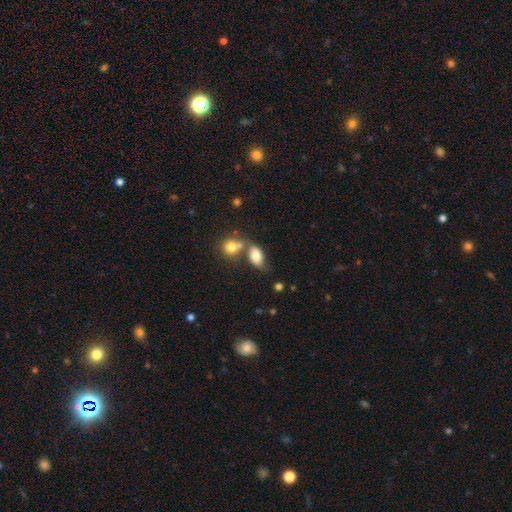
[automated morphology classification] A smooth galaxy with no disk features (80%) that is in between round and cigar-shaped (88%). Merging: none (41%).